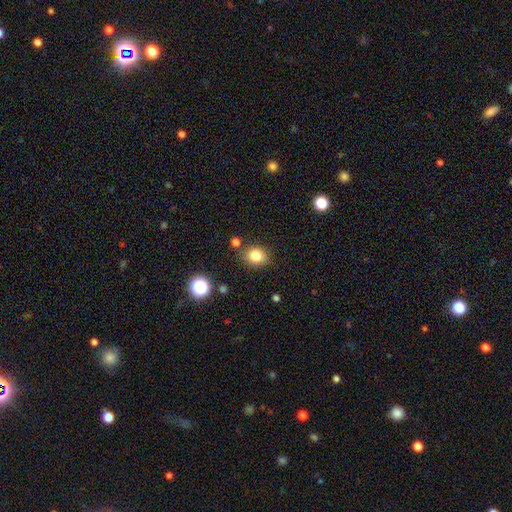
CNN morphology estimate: Smooth or featured? Predicted: smooth (p=0.81). How rounded? Predicted: round (p=0.67). Merging? Predicted: none (p=0.79).